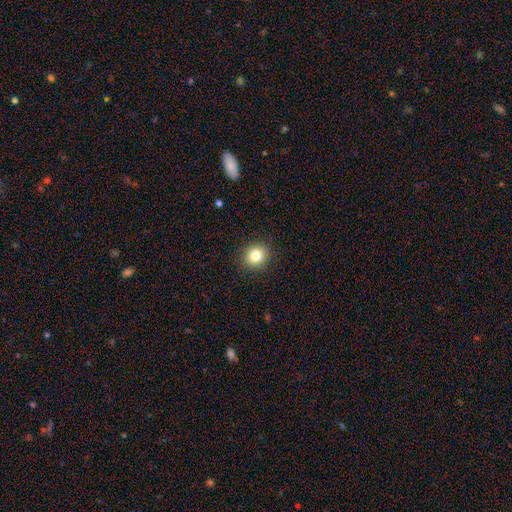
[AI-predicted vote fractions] Morphology: type=smooth (82%); roundness=round (82%); merging=none (90%).